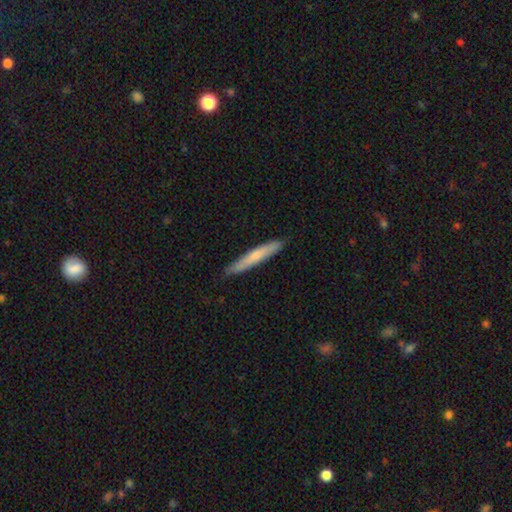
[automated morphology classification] The model was most divided on "smooth or featured": smooth: 63%, featured or disk: 32%, star or artifact: 5%. More confident: how rounded — cigar-shaped (94%); merging — none (87%).